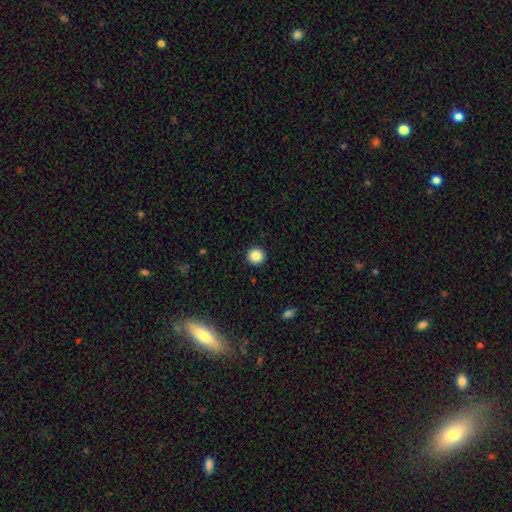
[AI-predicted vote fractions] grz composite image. It shows a smooth galaxy with no disk features (87%) that is round (95%). Merging: none (93%).